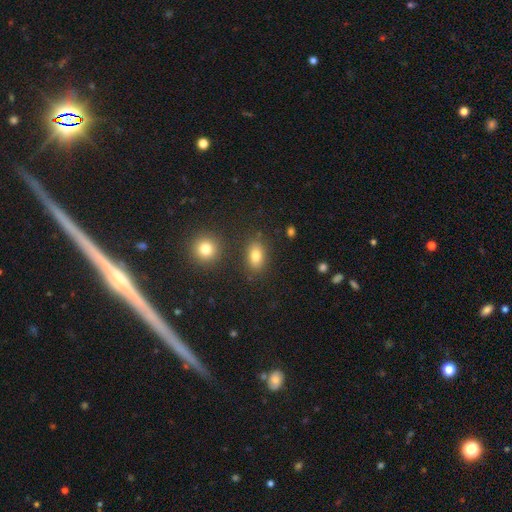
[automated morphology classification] Overall: smooth (80%). How rounded: in between (83%). Merging: none (81%).